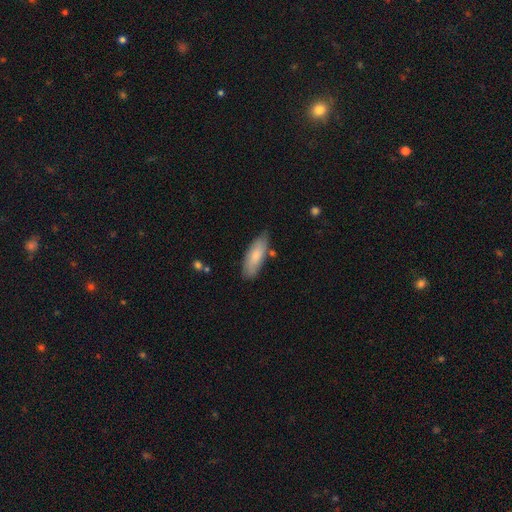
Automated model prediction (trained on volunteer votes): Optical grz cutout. It shows a smooth galaxy with no disk features (76%) that is in between round and cigar-shaped (66%). Merging: none (74%).